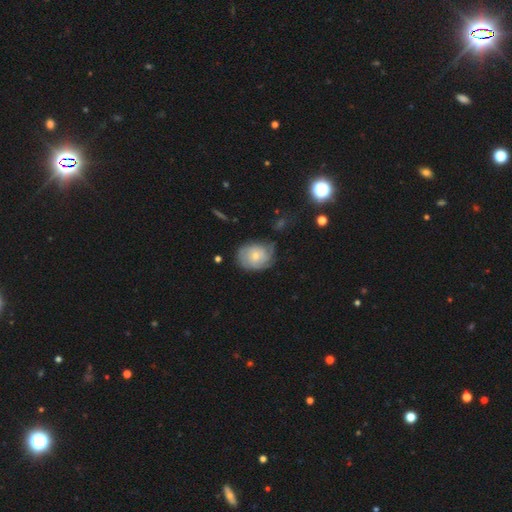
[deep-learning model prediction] Smooth or featured? Predicted: featured or disk (p=0.51). Edge-on disk? Predicted: no (p=0.96). Merging? Predicted: none (p=0.56).